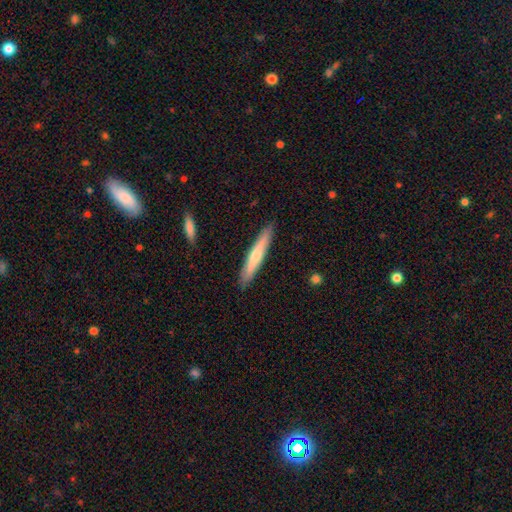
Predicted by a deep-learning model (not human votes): smooth_or_featured: smooth (p=0.57) [alt: featured or disk p=0.38]
how_rounded: cigar-shaped (p=0.93) [alt: in between p=0.06]
merging: none (p=0.90) [alt: minor disturbance p=0.07]